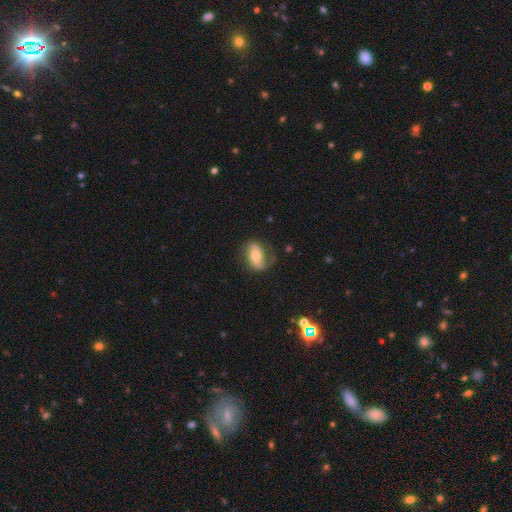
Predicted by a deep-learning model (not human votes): Smooth or featured? smooth (52%)
How rounded? in between (85%)
Merging? none (65%)